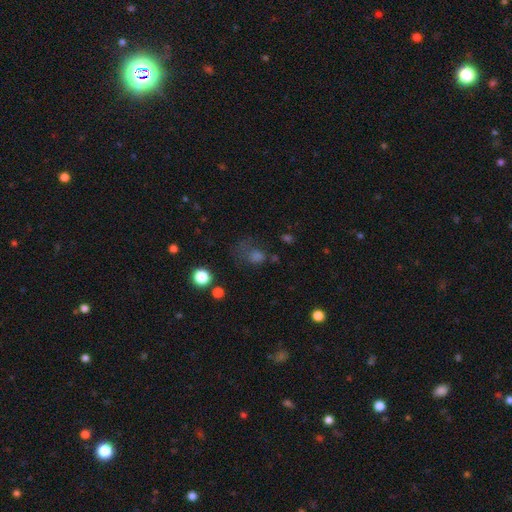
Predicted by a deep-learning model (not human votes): Smooth or featured: smooth — 54% (star or artifact — 30%)
How rounded: round — 57% (in between — 41%)
Merging: none — 41% (major disturbance — 33%)